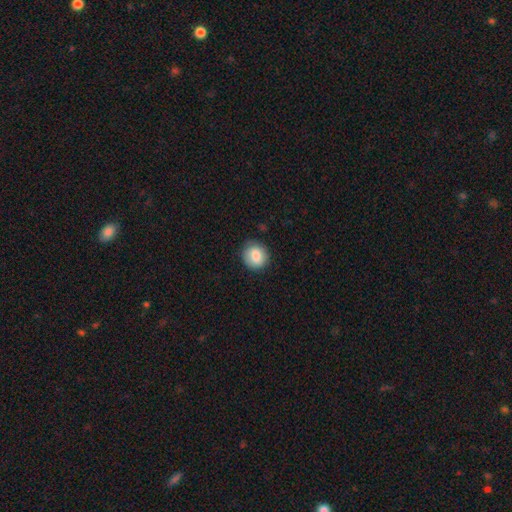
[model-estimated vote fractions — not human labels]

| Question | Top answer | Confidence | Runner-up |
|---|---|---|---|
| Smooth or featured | smooth | 82% | featured or disk (11%) |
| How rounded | round | 81% | in between (18%) |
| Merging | none | 82% | minor disturbance (13%) |